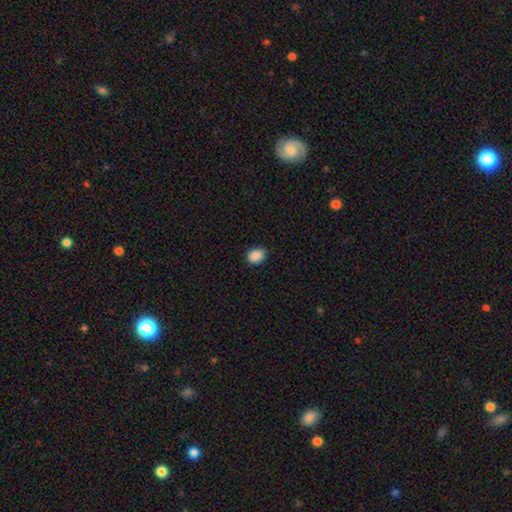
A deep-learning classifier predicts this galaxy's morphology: A smooth galaxy with no disk features (89%) that is in between round and cigar-shaped (64%).

Vote fractions:
- Smooth or featured? smooth: 89% / star or artifact: 8% / featured or disk: 3%
- How rounded? in between: 64% / round: 35% / cigar-shaped: 1%
- Merging? none: 89% / minor disturbance: 8% / major disturbance: 2% / merger: 1%